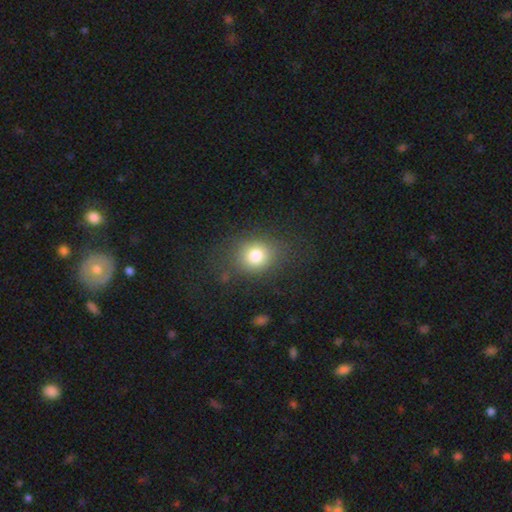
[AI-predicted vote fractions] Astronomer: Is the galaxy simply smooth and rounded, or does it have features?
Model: smooth — 78%.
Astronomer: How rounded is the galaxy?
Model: round — 71%.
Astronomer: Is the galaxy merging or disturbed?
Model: none — 79%.